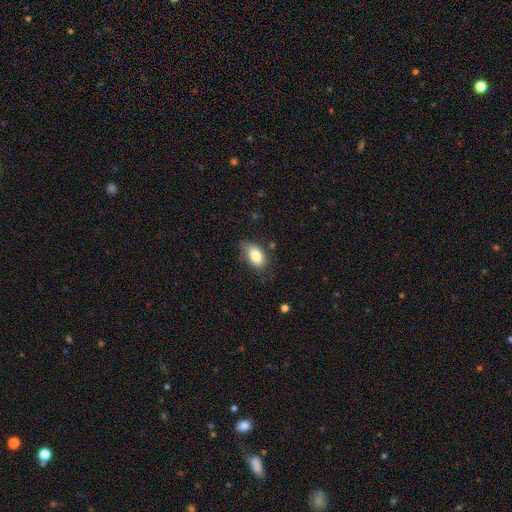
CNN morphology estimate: This appears to be a smooth galaxy with no disk features (82%) that is in between round and cigar-shaped (91%). Merging: none (68%).